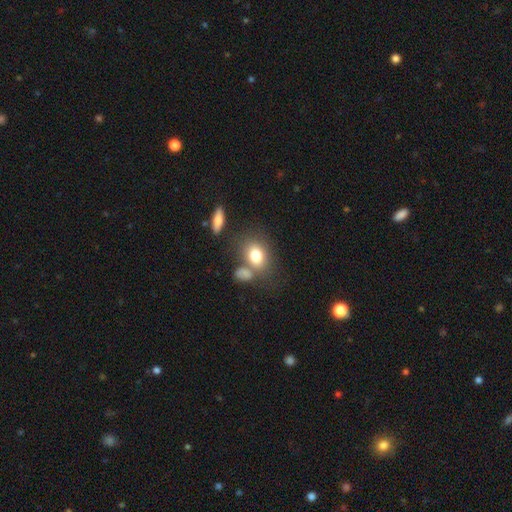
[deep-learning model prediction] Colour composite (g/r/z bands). It shows a smooth galaxy with no disk features (77%) that is in between round and cigar-shaped (65%). Merging: none (54%).